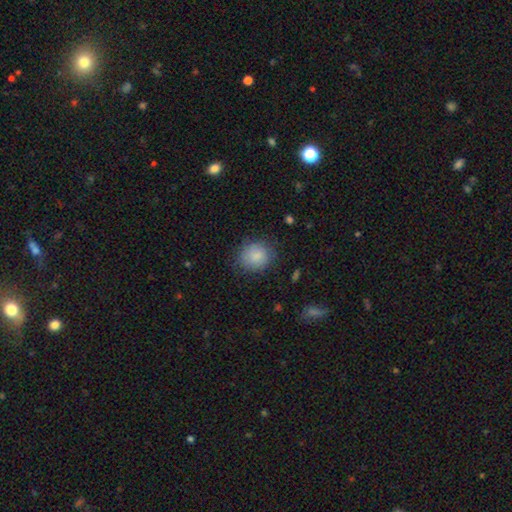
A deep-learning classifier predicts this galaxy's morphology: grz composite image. It shows a smooth galaxy with no disk features (84%) that is round (81%). Merging: none (76%).